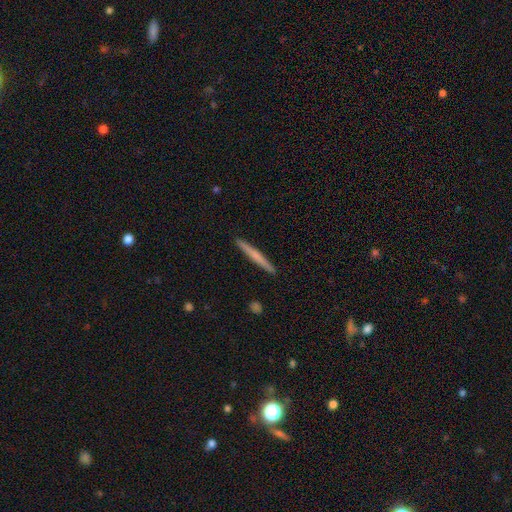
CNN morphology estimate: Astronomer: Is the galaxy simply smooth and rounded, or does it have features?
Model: smooth — 58% (runner-up: featured or disk, 37%).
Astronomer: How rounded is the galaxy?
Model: cigar-shaped — 97%.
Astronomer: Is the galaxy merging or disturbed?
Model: none — 93%.